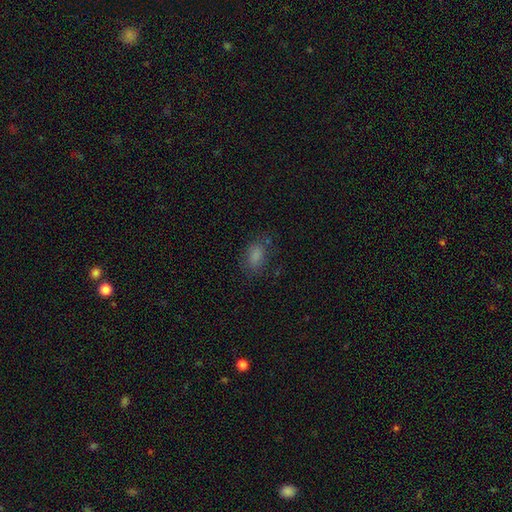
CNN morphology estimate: smooth 82%, star or artifact 11%, featured or disk 7%. Down the decision tree: how rounded — in between (86%); merging — none (72%).